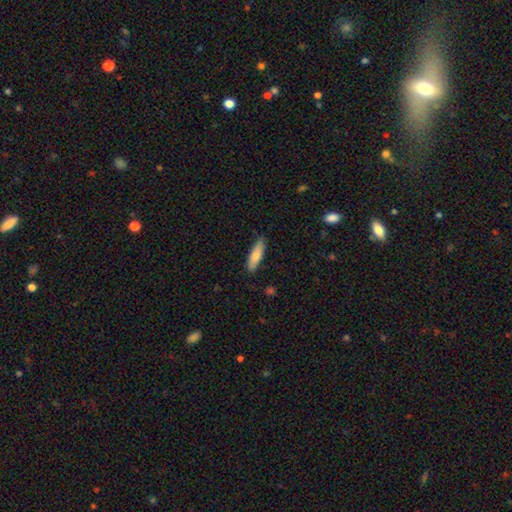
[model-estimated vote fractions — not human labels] Q: Smooth or featured?
A: smooth (79%); runner-up: featured or disk (16%)
Q: How rounded?
A: cigar-shaped (61%); runner-up: in between (38%)
Q: Merging?
A: none (84%); runner-up: minor disturbance (12%)